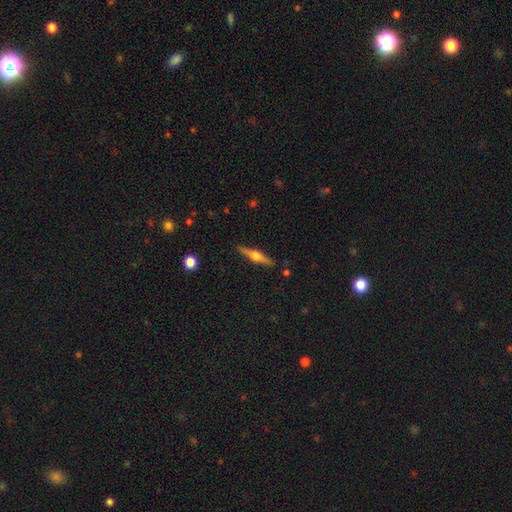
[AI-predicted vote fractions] This appears to be a featured or disk galaxy (75%) viewed edge-on (98%) with a rounded central bulge (94%). Merging: none (89%).